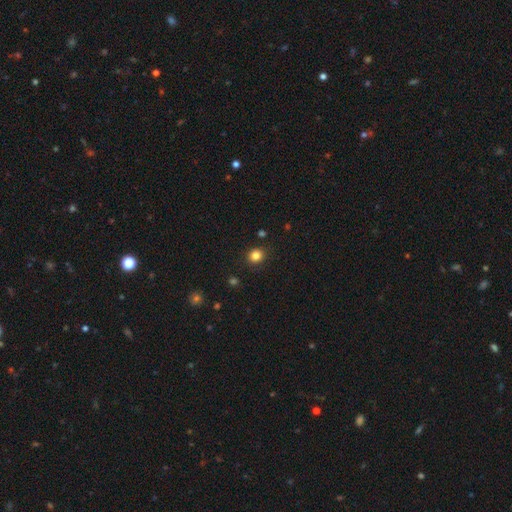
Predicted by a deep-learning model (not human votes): The model was most divided on "how rounded": round: 80%, in between: 19%, cigar-shaped: 1%. More confident: merging — none (89%); smooth or featured — smooth (83%).